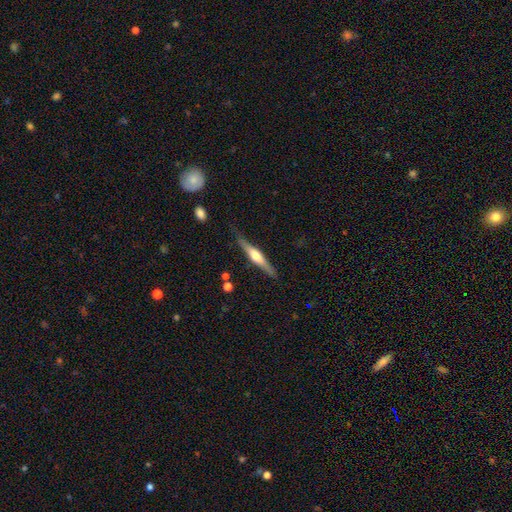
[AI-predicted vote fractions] A featured or disk galaxy (64%) viewed edge-on (96%) with a rounded central bulge (82%). Merging: none (79%).